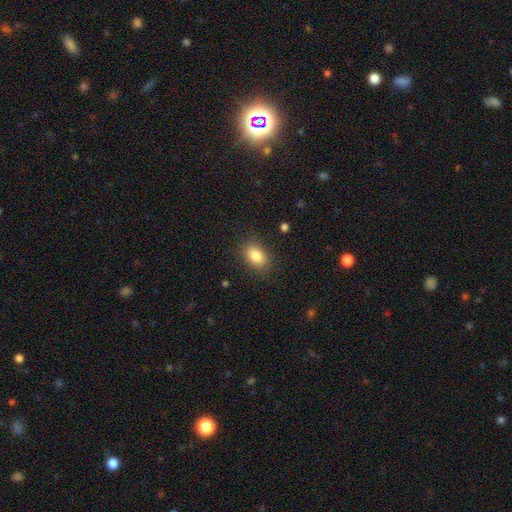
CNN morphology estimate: Smooth or featured?
  - smooth: 85% *
  - star or artifact: 9%
  - featured or disk: 6%
How rounded?
  - in between: 82% *
  - round: 17%
  - cigar-shaped: 1%
Merging?
  - none: 84% *
  - minor disturbance: 11%
  - major disturbance: 3%
  - merger: 1%